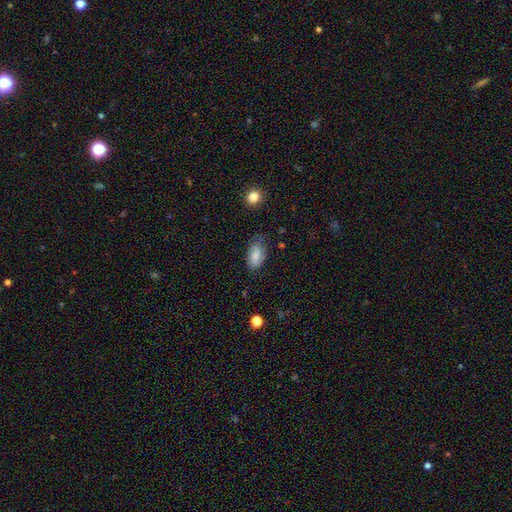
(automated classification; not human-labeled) The model was most divided on "merging": none: 63%, minor disturbance: 28%, major disturbance: 6%, merger: 2%. More confident: how rounded — in between (92%); smooth or featured — smooth (78%).